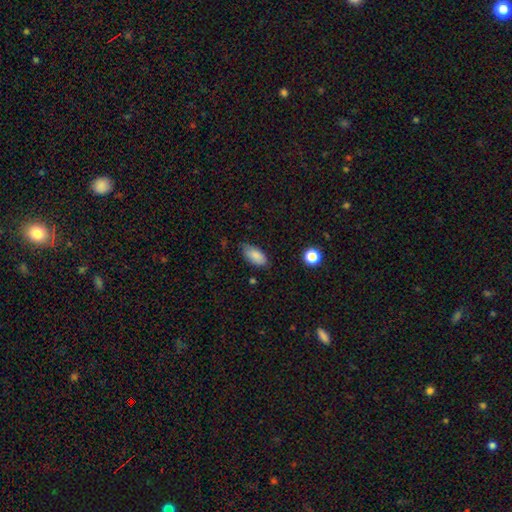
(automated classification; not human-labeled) Smooth or featured?
  - smooth: 86% *
  - star or artifact: 7%
  - featured or disk: 7%
How rounded?
  - in between: 91% *
  - cigar-shaped: 7%
  - round: 2%
Merging?
  - none: 74% *
  - minor disturbance: 21%
  - major disturbance: 4%
  - merger: 2%